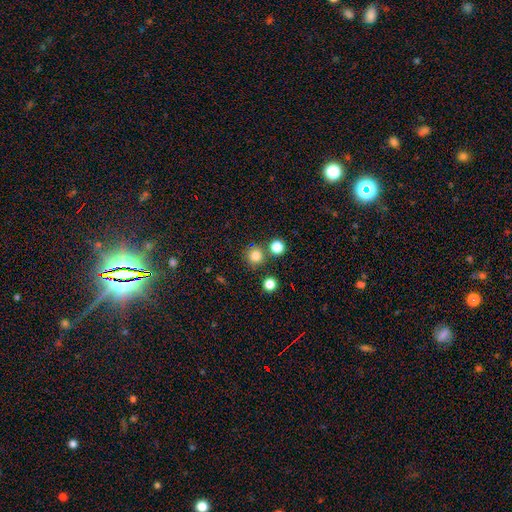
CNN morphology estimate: smooth 79%, star or artifact 15%, featured or disk 5%. Down the decision tree: how rounded — round (94%); merging — none (79%).